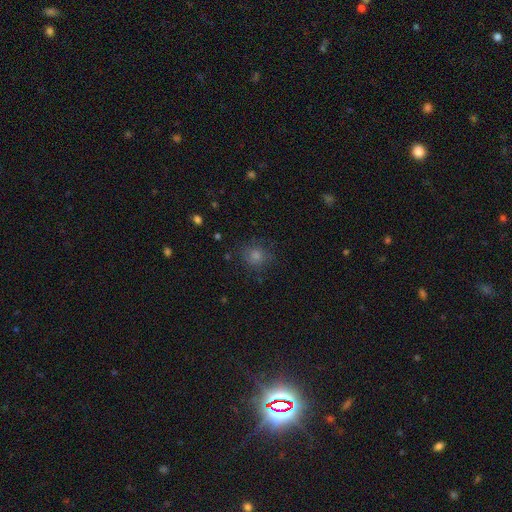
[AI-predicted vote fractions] The model was most divided on "smooth or featured": smooth: 62%, star or artifact: 28%, featured or disk: 10%. More confident: how rounded — round (87%); merging — none (83%).